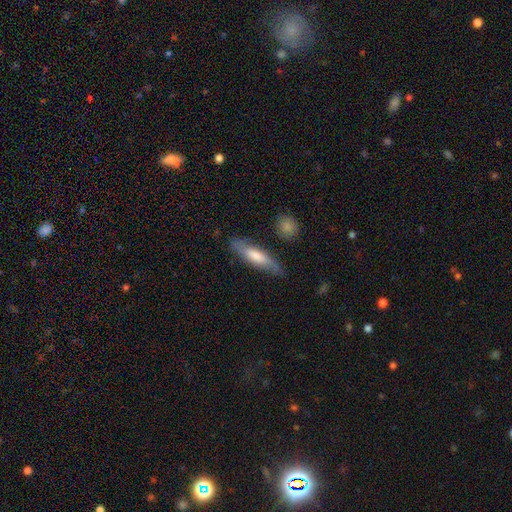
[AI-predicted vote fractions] Smooth or featured? smooth (56%)
How rounded? cigar-shaped (72%)
Merging? none (78%)